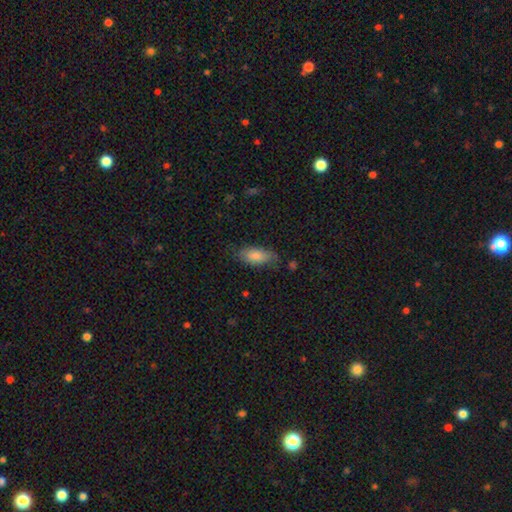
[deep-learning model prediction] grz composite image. It shows a smooth galaxy with no disk features (79%) that is in between round and cigar-shaped (81%). Merging: none (71%).